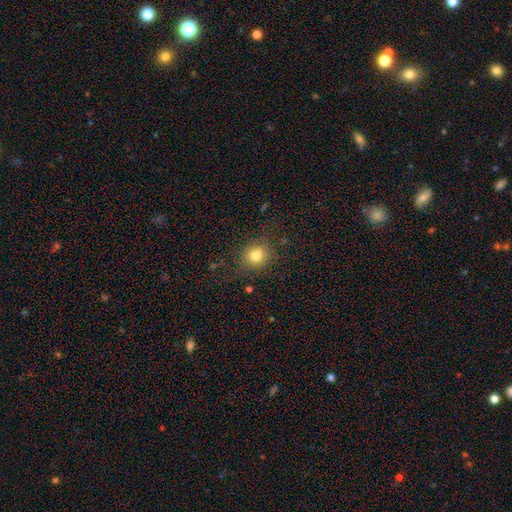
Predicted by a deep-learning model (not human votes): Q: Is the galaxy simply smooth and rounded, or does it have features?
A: smooth — 78%.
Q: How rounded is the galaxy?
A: round — 81%.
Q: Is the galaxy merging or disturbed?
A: none — 81%.